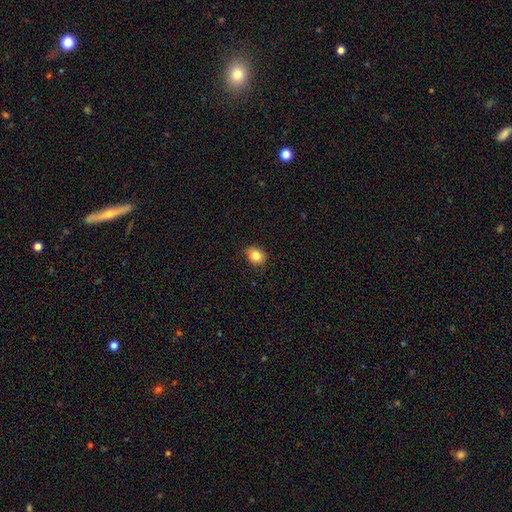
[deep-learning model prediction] This is clearly a smooth galaxy (83%). How rounded: possibly round (54%). Merging: clearly none (82%).